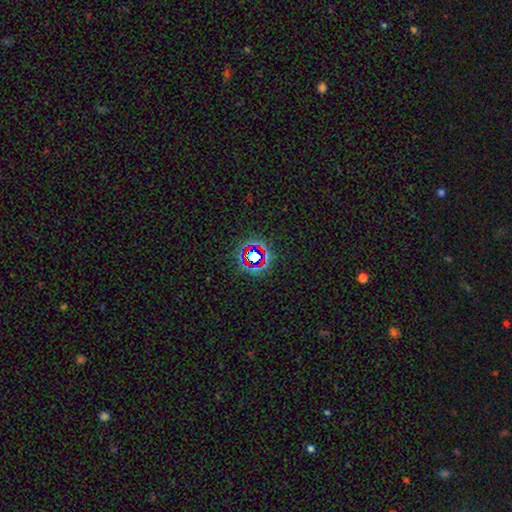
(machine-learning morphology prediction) This is likely a star or artifact rather than a galaxy (67%).